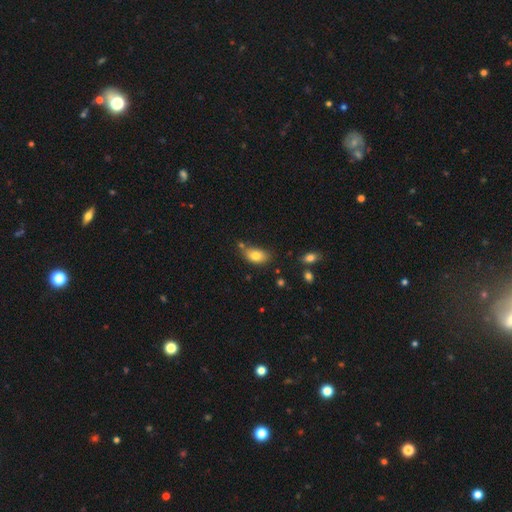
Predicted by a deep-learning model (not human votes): Smooth or featured?
  - smooth: 80% *
  - featured or disk: 11%
  - star or artifact: 9%
How rounded?
  - in between: 89% *
  - round: 8%
  - cigar-shaped: 3%
Merging?
  - none: 62% *
  - minor disturbance: 22%
  - merger: 11%
  - major disturbance: 5%